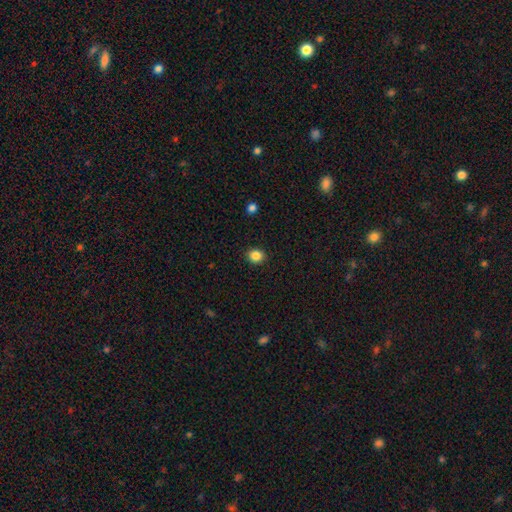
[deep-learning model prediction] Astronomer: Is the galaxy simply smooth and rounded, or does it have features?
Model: smooth — 85%.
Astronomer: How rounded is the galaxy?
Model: round — 79%.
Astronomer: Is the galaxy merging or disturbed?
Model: none — 91%.